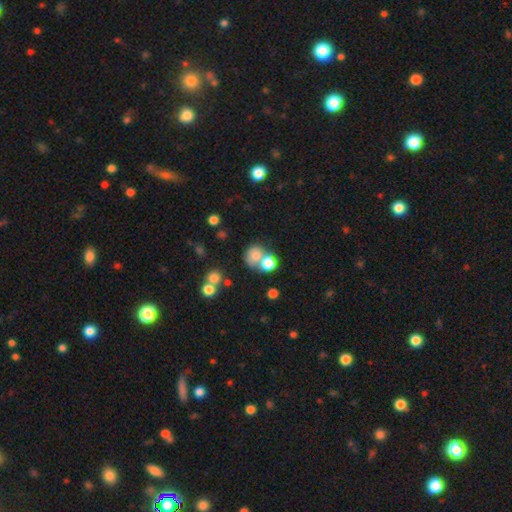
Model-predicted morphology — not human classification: Smooth or featured? smooth (74%)
How rounded? round (74%)
Merging? none (41%)